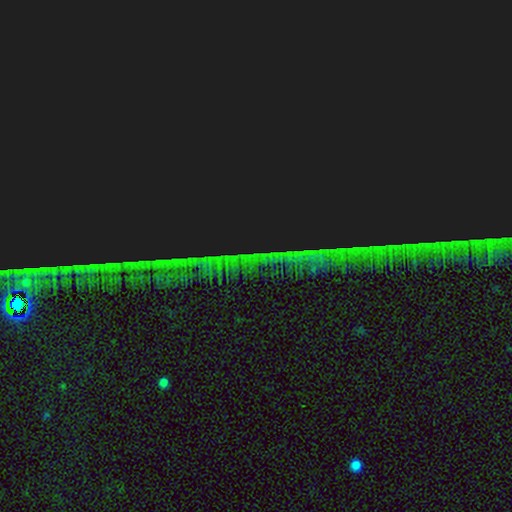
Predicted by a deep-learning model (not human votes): A star or artifact, not a galaxy (86%).

Vote fractions:
- Smooth or featured? star or artifact: 86% / featured or disk: 7% / smooth: 7%